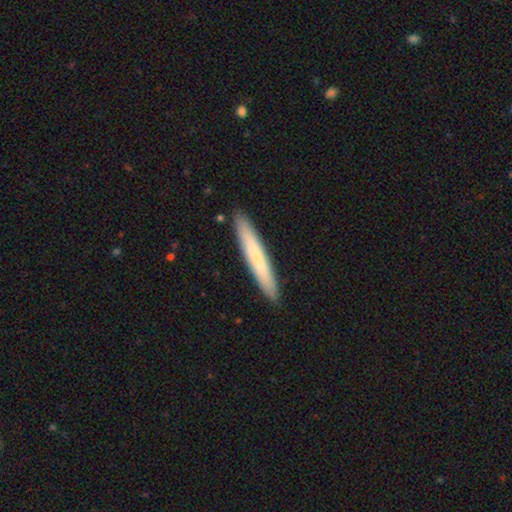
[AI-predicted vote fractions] smooth-or-featured: smooth: 70% | featured or disk: 25% | star or artifact: 5%
  how-rounded: cigar-shaped: 96% | in between: 3% | round: 1%
  merging: none: 92% | minor disturbance: 6% | major disturbance: 1% | merger: 1%